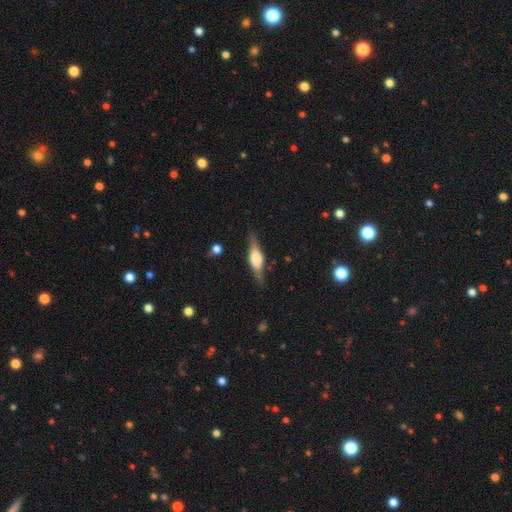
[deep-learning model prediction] smooth_or_featured: featured or disk (p=0.67) [alt: smooth p=0.27]
disk_edge_on: yes (p=0.95) [alt: no p=0.05]
edge_on_bulge: rounded (p=0.80) [alt: boxy p=0.17]
merging: none (p=0.85) [alt: minor disturbance p=0.11]